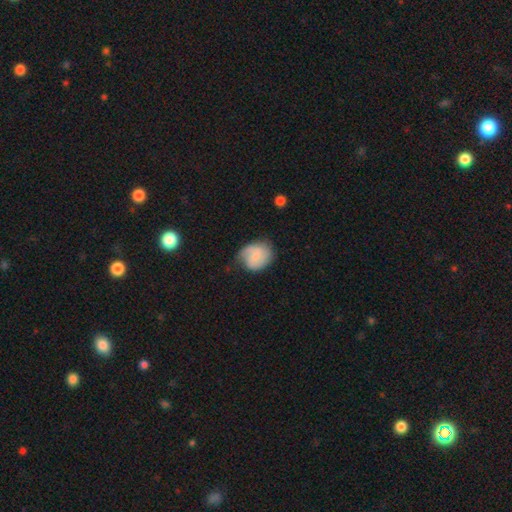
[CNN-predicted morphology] Smooth or featured: featured or disk — 50% (smooth — 43%)
Edge-on disk: no — 98% (yes — 2%)
Merging: none — 60% (minor disturbance — 28%)